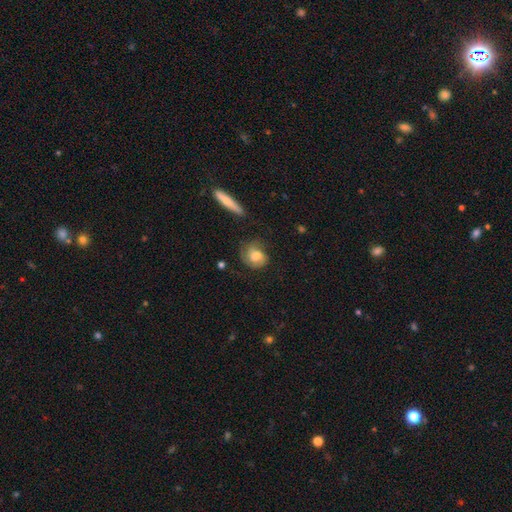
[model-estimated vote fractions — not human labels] Q: Smooth or featured?
A: featured or disk (46%); tied with: smooth (46%)
Q: Merging?
A: none (58%); runner-up: minor disturbance (25%)